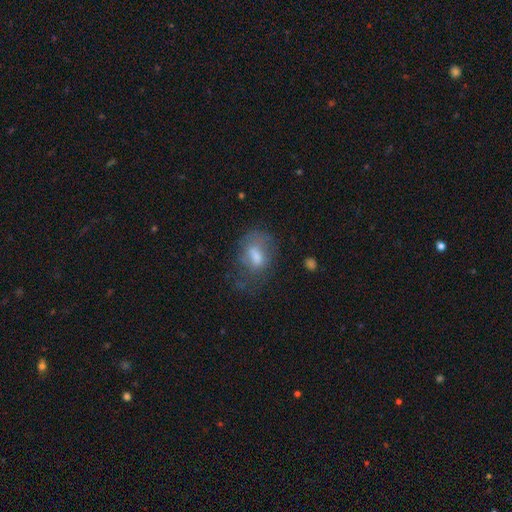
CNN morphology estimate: Smooth or featured? Predicted: smooth (p=0.55). How rounded? Predicted: in between (p=0.75). Merging? Predicted: none (p=0.45).